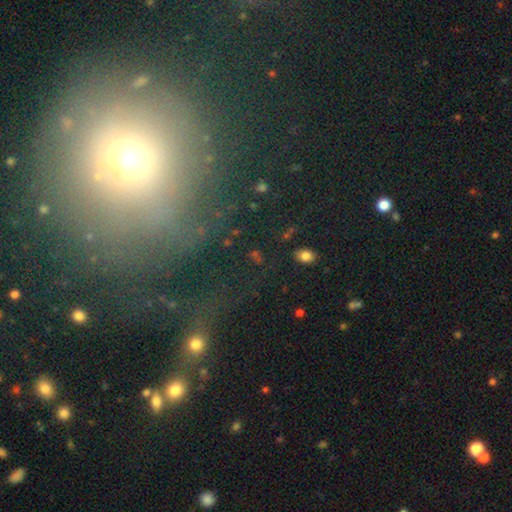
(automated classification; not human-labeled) A smooth galaxy with no disk features (48%). Merging: none (77%).